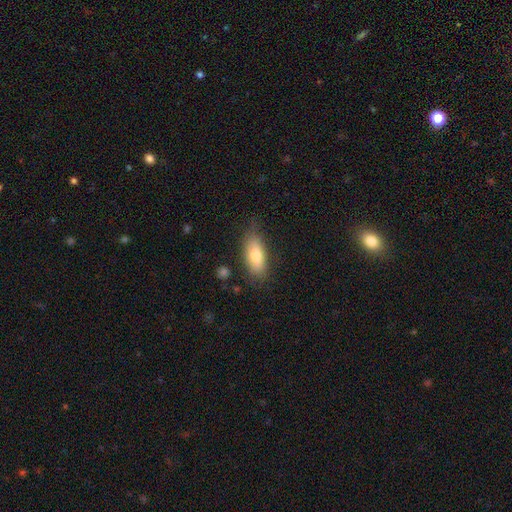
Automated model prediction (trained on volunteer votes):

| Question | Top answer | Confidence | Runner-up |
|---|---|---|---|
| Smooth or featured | smooth | 74% | featured or disk (19%) |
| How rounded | in between | 77% | cigar-shaped (21%) |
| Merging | none | 75% | minor disturbance (19%) |